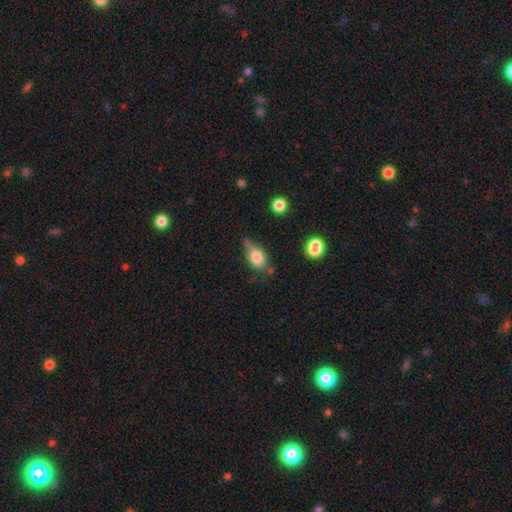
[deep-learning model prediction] Q: Smooth or featured?
A: smooth (74%); runner-up: featured or disk (17%)
Q: How rounded?
A: in between (81%); runner-up: round (13%)
Q: Merging?
A: none (47%); runner-up: minor disturbance (36%)